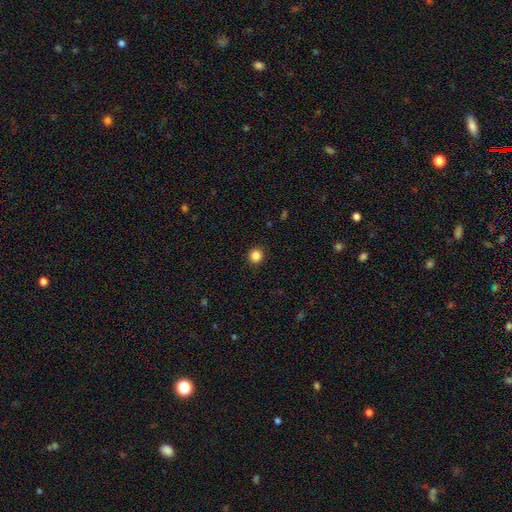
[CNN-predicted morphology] Smooth or featured: smooth — 86% (star or artifact — 11%)
How rounded: round — 93% (in between — 7%)
Merging: none — 91% (minor disturbance — 6%)